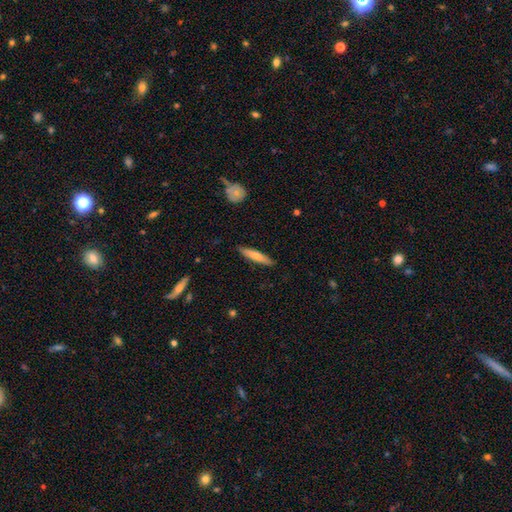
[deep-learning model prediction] smooth_or_featured: smooth (p=0.65) [alt: featured or disk p=0.30]
how_rounded: cigar-shaped (p=0.87) [alt: in between p=0.12]
merging: none (p=0.88) [alt: minor disturbance p=0.09]